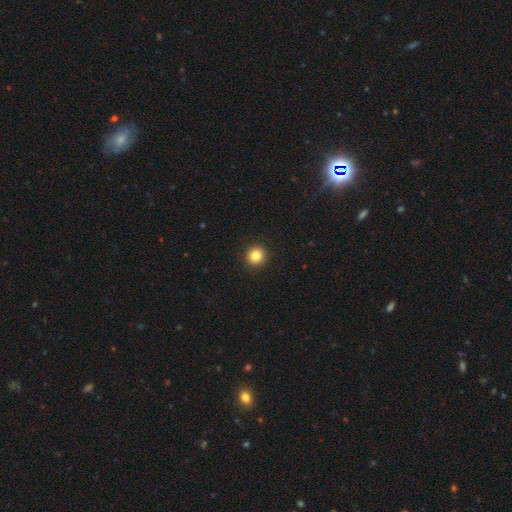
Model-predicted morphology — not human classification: smooth_or_featured: smooth (p=0.84) [alt: star or artifact p=0.11]
how_rounded: round (p=0.95) [alt: in between p=0.04]
merging: none (p=0.93) [alt: minor disturbance p=0.04]